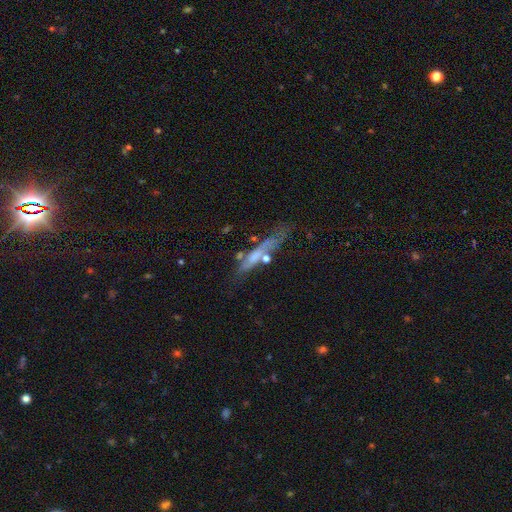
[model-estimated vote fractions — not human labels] smooth_or_featured: featured or disk (p=0.48) [alt: smooth p=0.43]
merging: none (p=0.53) [alt: minor disturbance p=0.24]